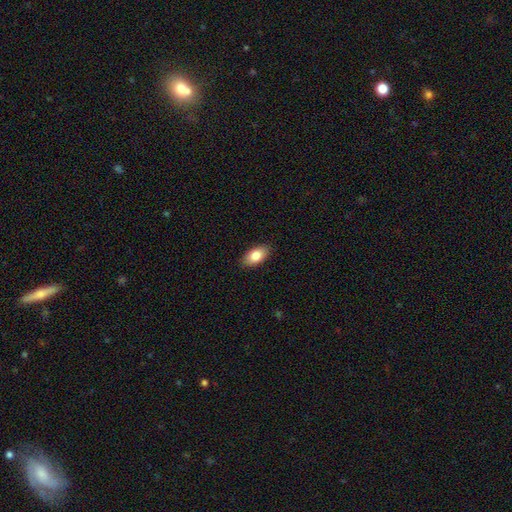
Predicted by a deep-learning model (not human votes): This appears to be a smooth galaxy with no disk features (84%) that is in between round and cigar-shaped (92%). Merging: none (88%).